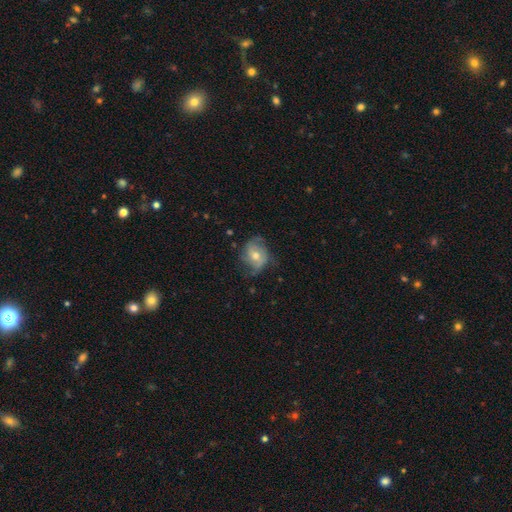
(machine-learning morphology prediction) This is possibly a featured or disk galaxy (55%). It is clearly not viewed edge-on (96%). Bar: likely no (64%). Spiral arm pattern: likely yes (78%). Central bulge: likely moderate (65%). Merging: possibly none (56%).